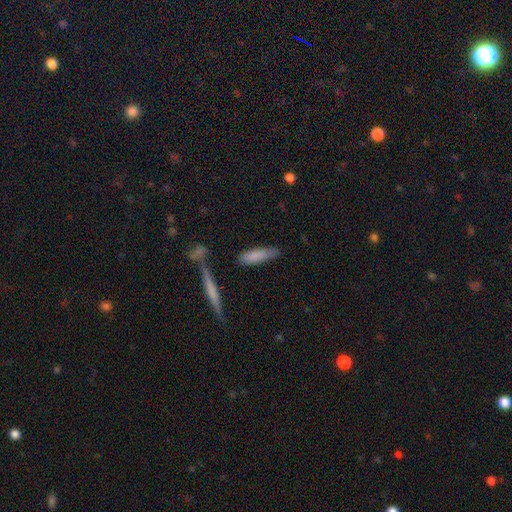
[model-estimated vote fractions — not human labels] This is clearly a smooth galaxy (80%). How rounded: likely cigar-shaped (67%). Merging: likely none (72%).